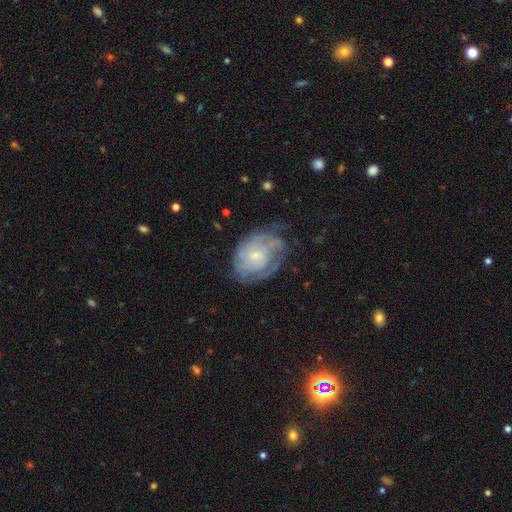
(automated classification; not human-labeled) Smooth or featured?
  - featured or disk: 74% *
  - smooth: 19%
  - star or artifact: 7%
Edge-on disk?
  - no: 97% *
  - yes: 3%
Bar?
  - no: 64% *
  - weak: 32%
  - strong: 4%
Spiral arms?
  - yes: 88% *
  - no: 12%
Spiral winding?
  - tight: 64% *
  - medium: 28%
  - loose: 8%
Spiral arm count?
  - can't tell: 48% *
  - 2: 21%
  - 3: 14%
  - 4: 8%
  - 1: 5%
  - more than 4: 4%
Bulge size?
  - small: 56% *
  - moderate: 35%
  - none: 5%
  - large: 3%
  - dominant: 1%
Merging?
  - none: 58% *
  - minor disturbance: 26%
  - major disturbance: 14%
  - merger: 2%